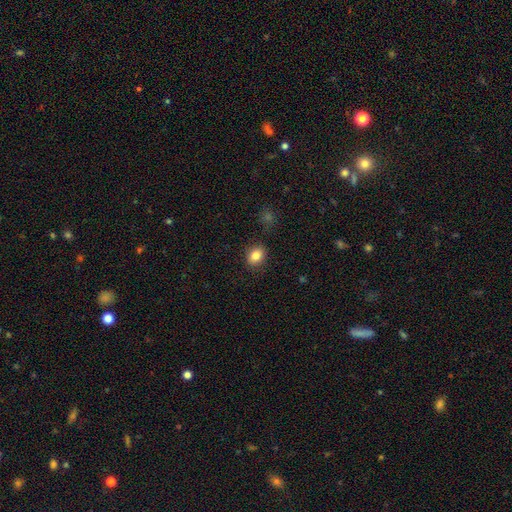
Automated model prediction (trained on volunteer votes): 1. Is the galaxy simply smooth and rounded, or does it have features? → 84% smooth, 10% star or artifact, 7% featured or disk.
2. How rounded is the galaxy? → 52% in between, 47% round, 1% cigar-shaped.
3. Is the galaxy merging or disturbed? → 86% none, 10% minor disturbance, 3% major disturbance, 2% merger.